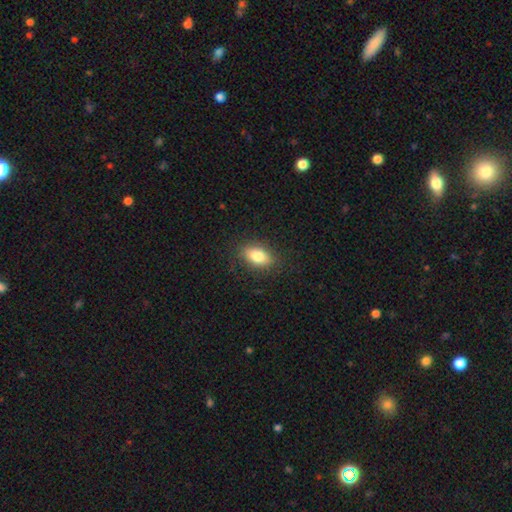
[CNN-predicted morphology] Smooth or featured? smooth (82%)
How rounded? in between (87%)
Merging? none (85%)